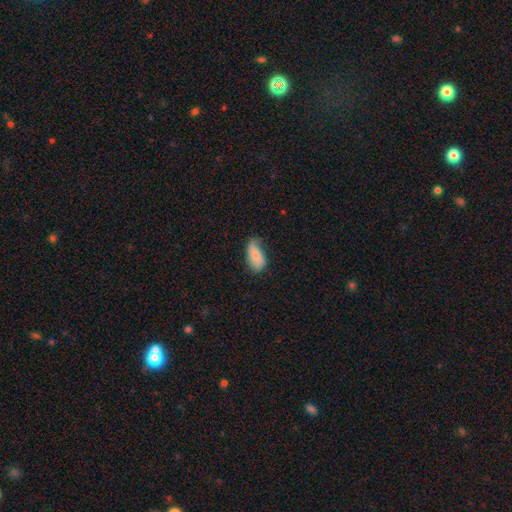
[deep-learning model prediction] smooth 77%, featured or disk 16%, star or artifact 7%. Down the decision tree: how rounded — in between (91%); merging — none (53%).